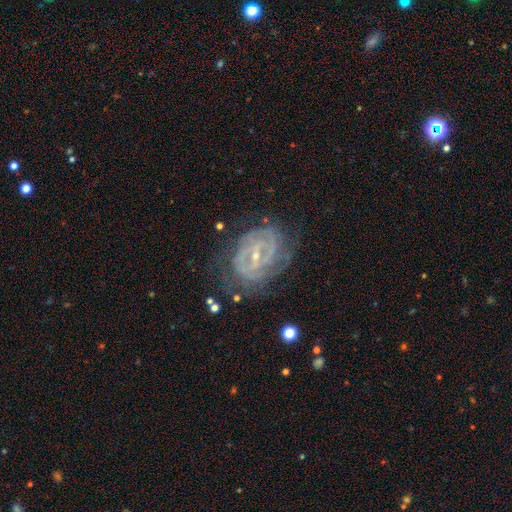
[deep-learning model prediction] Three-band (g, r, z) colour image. It shows a featured or disk galaxy (86%) with a strong bar (44%), 2 (34%) tight (68%) spiral arms (94%) and a small central bulge (76%). Merging: none (71%).